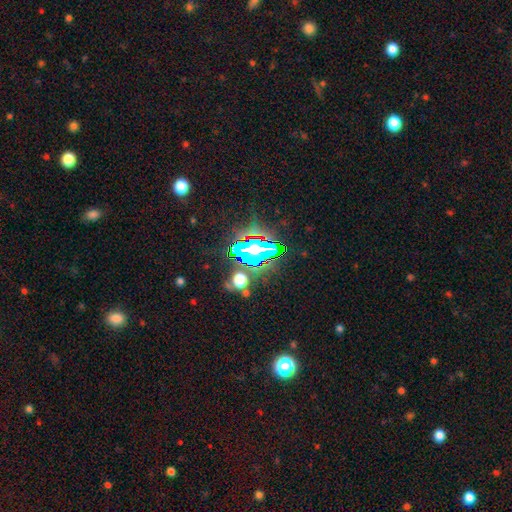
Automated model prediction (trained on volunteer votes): Overall: star or artifact (74%).